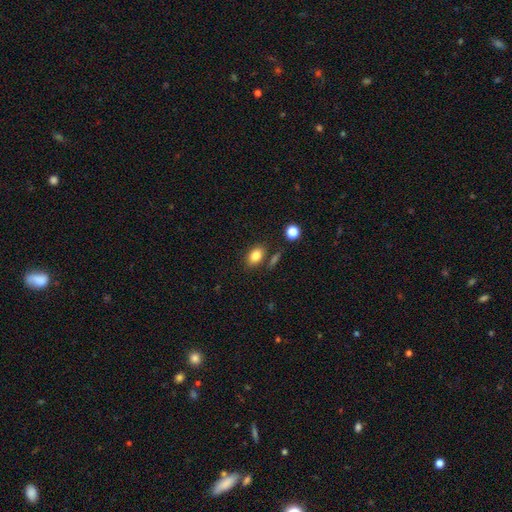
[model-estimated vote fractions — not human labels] smooth 83%, star or artifact 9%, featured or disk 8%. Down the decision tree: how rounded — in between (81%); merging — none (77%).